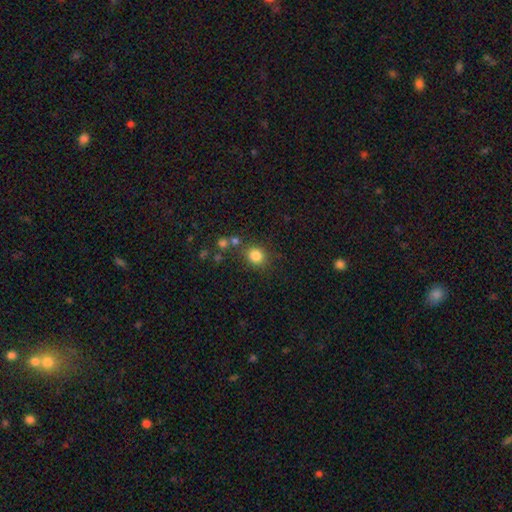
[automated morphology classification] Q: Smooth or featured?
A: smooth (83%); runner-up: star or artifact (12%)
Q: How rounded?
A: round (80%); runner-up: in between (19%)
Q: Merging?
A: none (77%); runner-up: minor disturbance (11%)